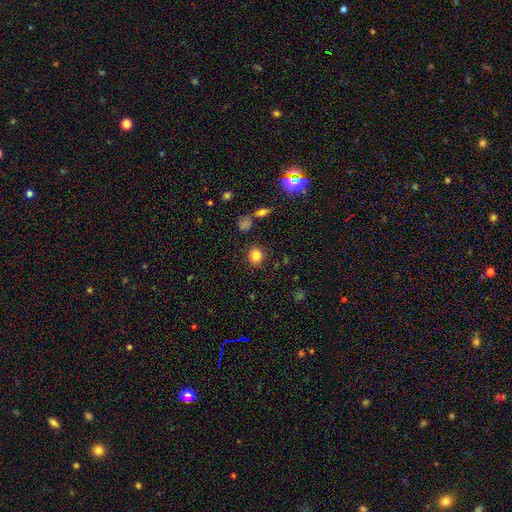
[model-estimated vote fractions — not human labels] Overall: smooth (83%). How rounded: round (78%). Merging: none (87%).